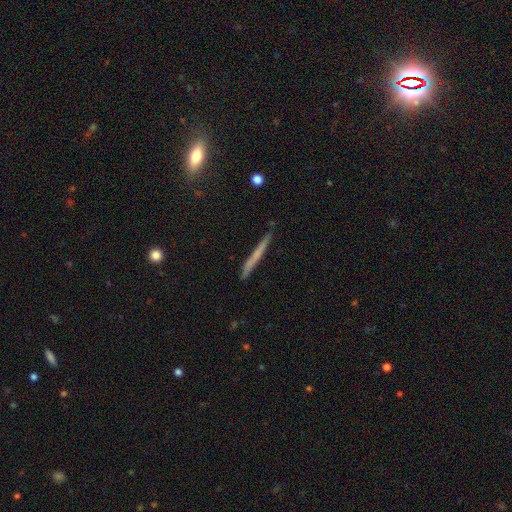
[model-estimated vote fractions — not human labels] Smooth or featured? Predicted: smooth (p=0.53). How rounded? Predicted: cigar-shaped (p=0.97). Merging? Predicted: none (p=0.90).